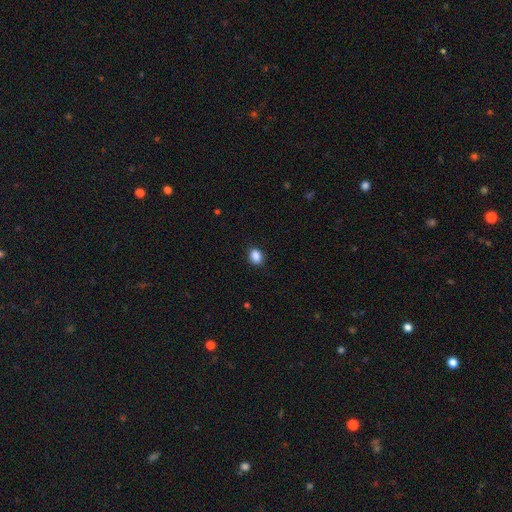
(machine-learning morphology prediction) Smooth or featured: smooth — 88% (star or artifact — 9%)
How rounded: in between — 63% (round — 36%)
Merging: none — 88% (minor disturbance — 9%)